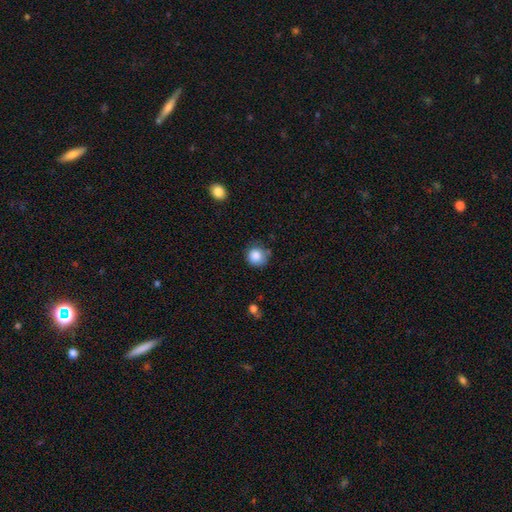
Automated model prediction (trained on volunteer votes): Morphology: type=smooth (86%); roundness=round (90%); merging=none (65%).